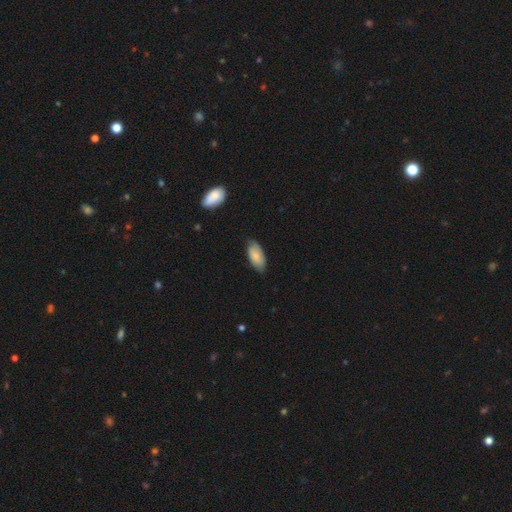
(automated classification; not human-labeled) smooth_or_featured: smooth (p=0.77) [alt: featured or disk p=0.17]
how_rounded: in between (p=0.91) [alt: cigar-shaped p=0.06]
merging: none (p=0.72) [alt: minor disturbance p=0.23]